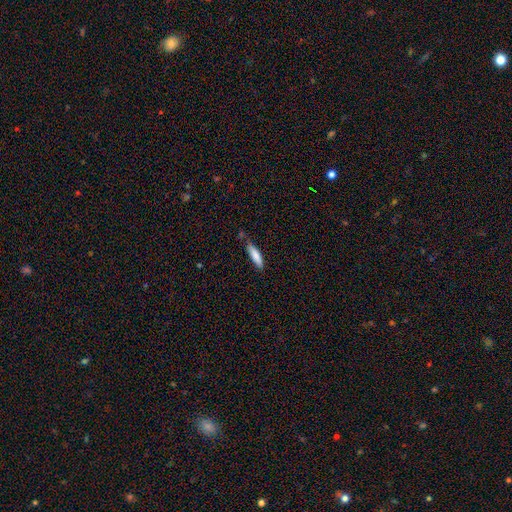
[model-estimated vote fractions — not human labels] smooth_or_featured: smooth (p=0.81) [alt: featured or disk p=0.13]
how_rounded: cigar-shaped (p=0.75) [alt: in between p=0.23]
merging: none (p=0.73) [alt: minor disturbance p=0.18]